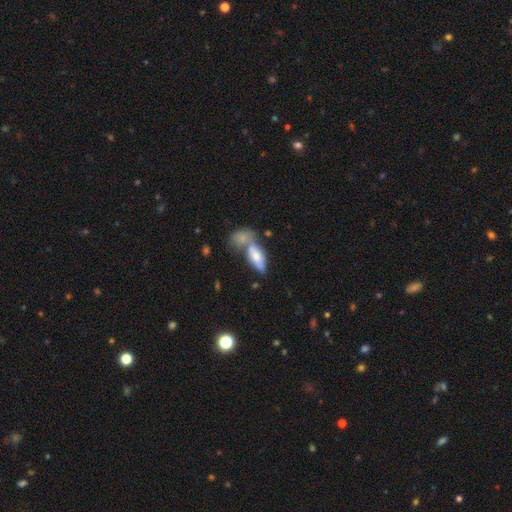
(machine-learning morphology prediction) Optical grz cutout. It shows a smooth galaxy with no disk features (66%) that is in between round and cigar-shaped (78%). Merging: merger (48%).